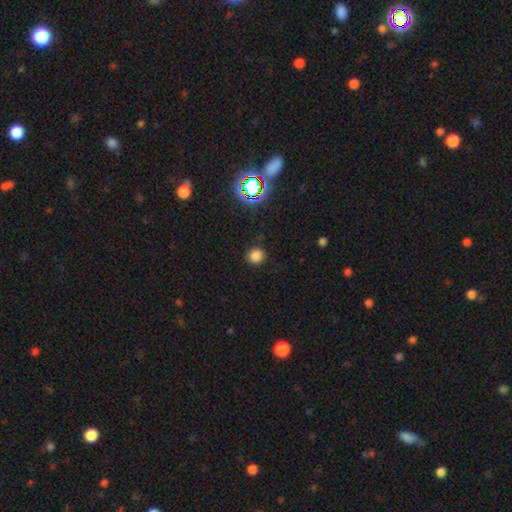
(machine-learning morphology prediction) A smooth galaxy with no disk features (79%) that is round (93%). Merging: none (89%).